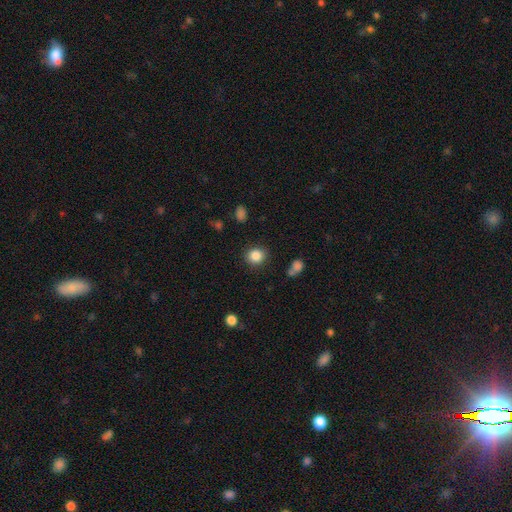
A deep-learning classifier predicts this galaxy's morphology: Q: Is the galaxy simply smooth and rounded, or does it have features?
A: smooth — 85%.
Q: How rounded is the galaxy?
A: round — 80%.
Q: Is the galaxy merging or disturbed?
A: none — 86%.